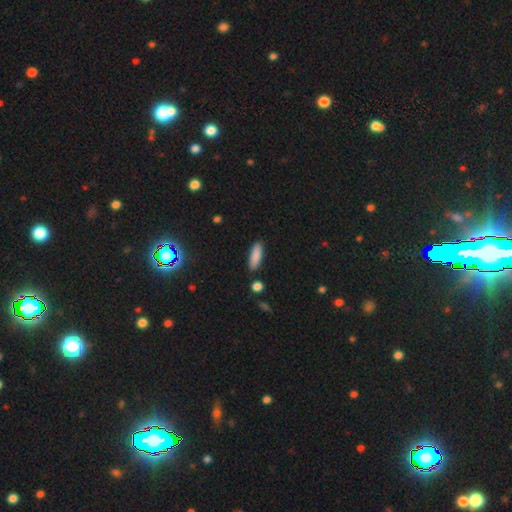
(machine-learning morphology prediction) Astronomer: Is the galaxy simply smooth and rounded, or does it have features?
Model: smooth — 87%.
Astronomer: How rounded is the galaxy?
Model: in between — 50% (runner-up: cigar-shaped, 48%).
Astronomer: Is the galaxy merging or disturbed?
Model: none — 86%.